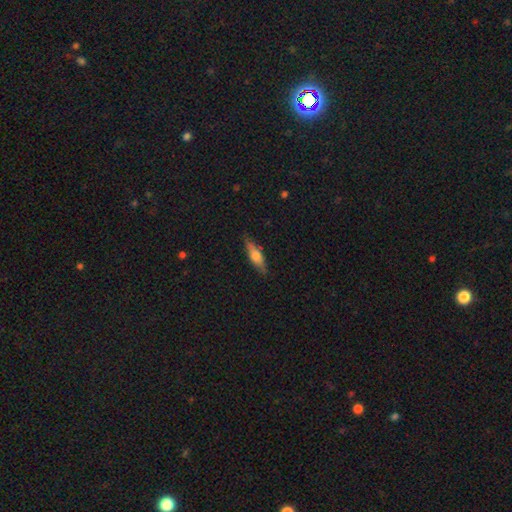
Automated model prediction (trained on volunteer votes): Smooth or featured?
  - smooth: 58% *
  - featured or disk: 35%
  - star or artifact: 6%
How rounded?
  - cigar-shaped: 56% *
  - in between: 41%
  - round: 2%
Merging?
  - none: 82% *
  - minor disturbance: 14%
  - major disturbance: 3%
  - merger: 1%